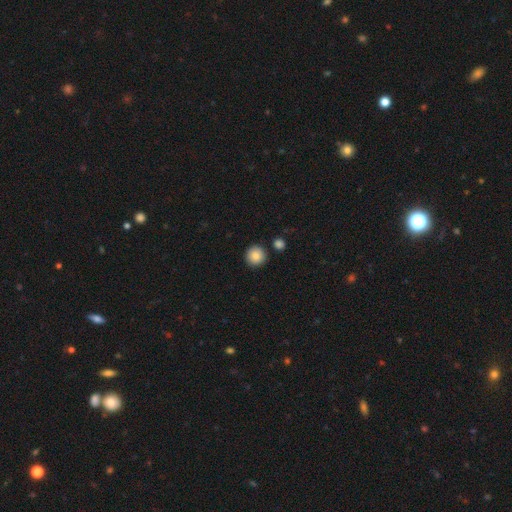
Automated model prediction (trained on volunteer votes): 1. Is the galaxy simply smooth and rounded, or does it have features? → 86% smooth, 9% star or artifact, 5% featured or disk.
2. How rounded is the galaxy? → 94% round, 5% in between, 1% cigar-shaped.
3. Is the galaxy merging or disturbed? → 88% none, 6% minor disturbance, 4% merger, 2% major disturbance.